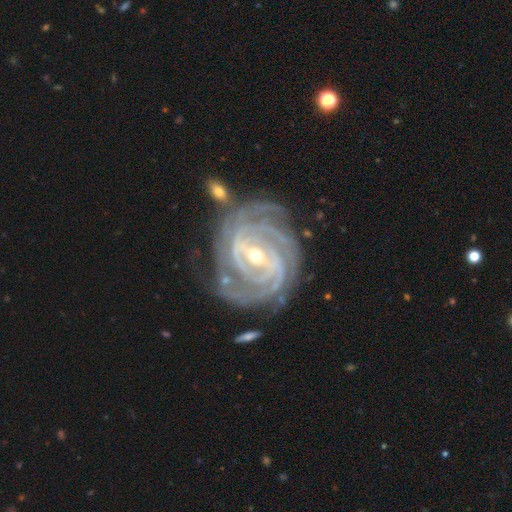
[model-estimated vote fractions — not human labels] A featured or disk galaxy (94%) with a strong bar (49%), 4 (36%) tight (81%) spiral arms (99%) and a small central bulge (56%). Merging: none (73%).